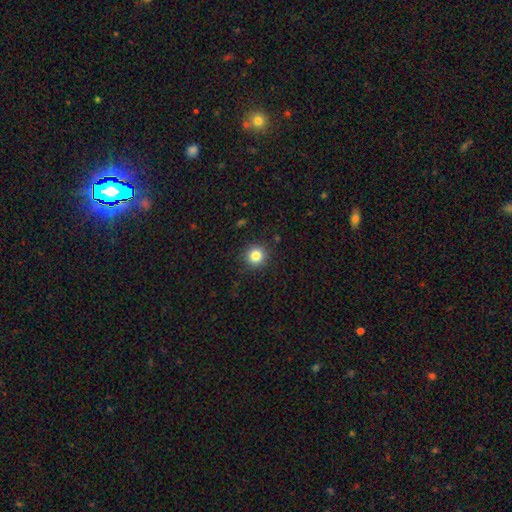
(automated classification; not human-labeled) Smooth or featured: smooth — 83% (star or artifact — 11%)
How rounded: round — 92% (in between — 7%)
Merging: none — 90% (minor disturbance — 7%)